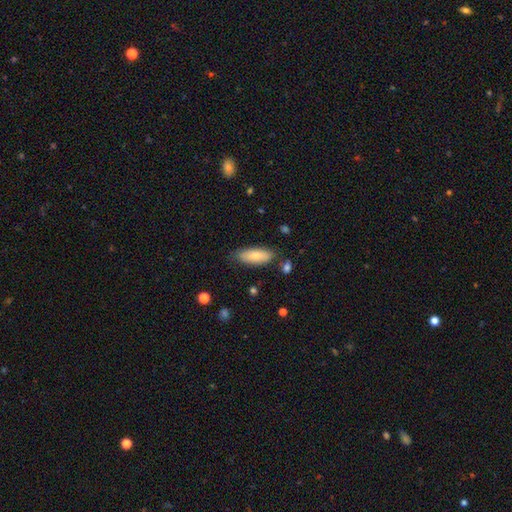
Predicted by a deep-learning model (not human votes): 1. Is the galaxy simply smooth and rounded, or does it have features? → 75% smooth, 18% featured or disk, 6% star or artifact.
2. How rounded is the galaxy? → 74% in between, 24% cigar-shaped, 2% round.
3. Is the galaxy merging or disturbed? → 77% none, 17% minor disturbance, 3% major disturbance, 3% merger.